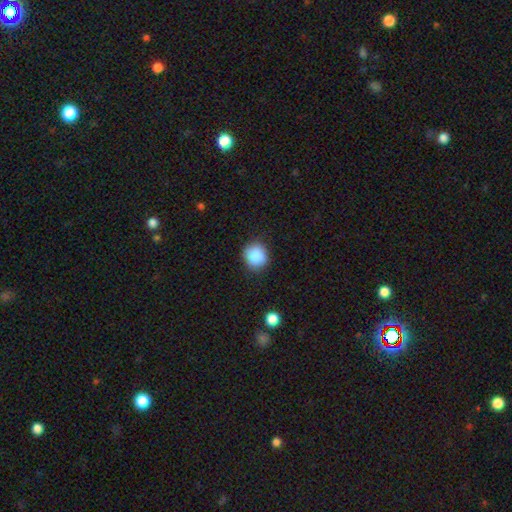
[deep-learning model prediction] Smooth or featured?
  - smooth: 88% *
  - star or artifact: 8%
  - featured or disk: 4%
How rounded?
  - round: 86% *
  - in between: 13%
  - cigar-shaped: 1%
Merging?
  - none: 84% *
  - minor disturbance: 12%
  - major disturbance: 3%
  - merger: 1%